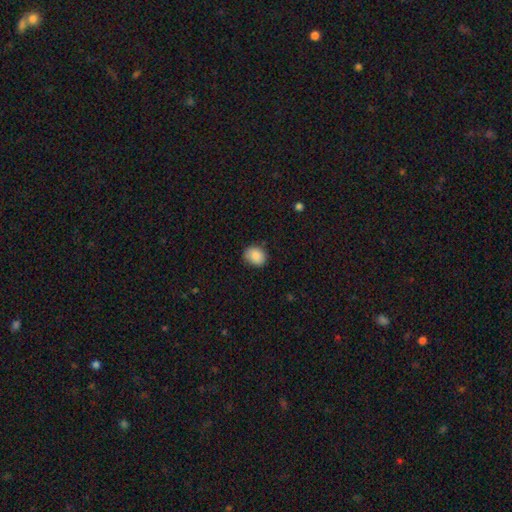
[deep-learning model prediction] Smooth or featured? Predicted: smooth (p=0.88). How rounded? Predicted: round (p=0.56). Merging? Predicted: none (p=0.81).